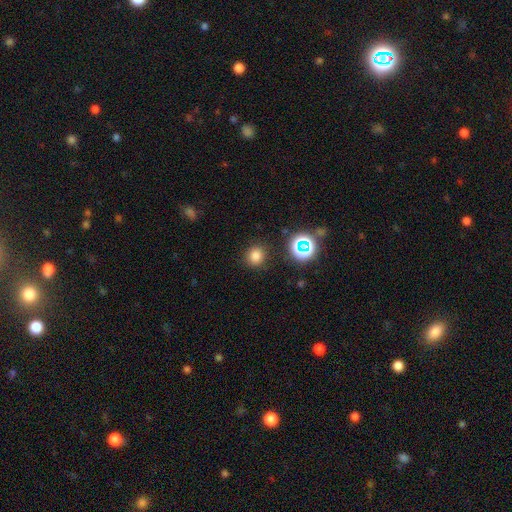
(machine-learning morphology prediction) type=smooth (76%); roundness=round (88%); merging=none (88%).